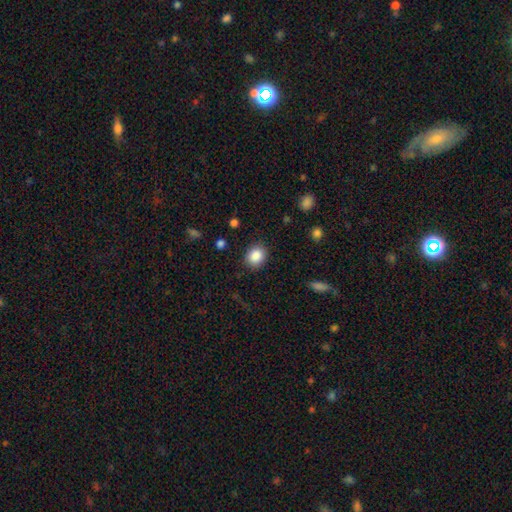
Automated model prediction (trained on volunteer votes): Smooth or featured? Predicted: smooth (p=0.87). How rounded? Predicted: round (p=0.65). Merging? Predicted: none (p=0.87).